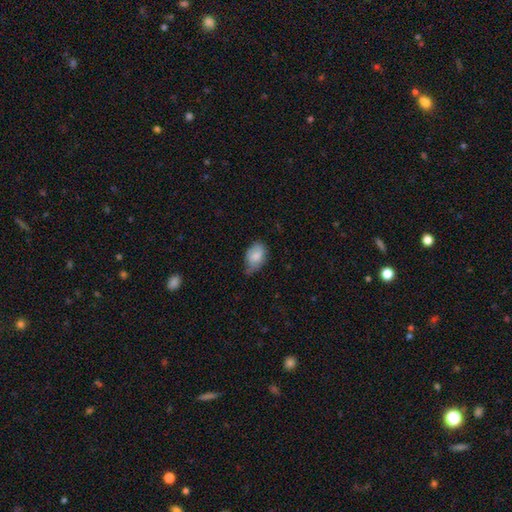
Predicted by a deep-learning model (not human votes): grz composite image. It shows a smooth galaxy with no disk features (77%) that is in between round and cigar-shaped (86%). Merging: minor disturbance (45%).